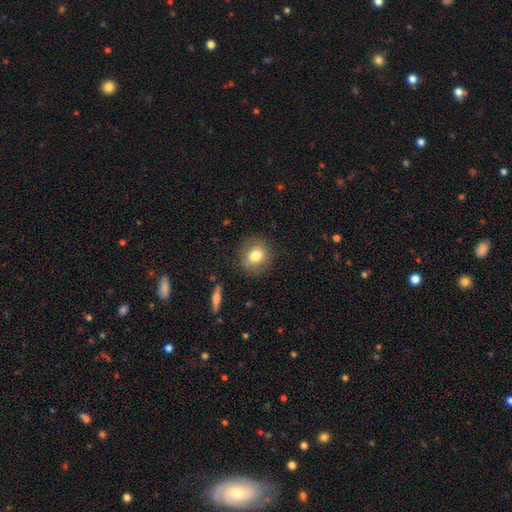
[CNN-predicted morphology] smooth_or_featured: smooth (p=0.76) [alt: featured or disk p=0.15]
how_rounded: round (p=0.80) [alt: in between p=0.18]
merging: none (p=0.84) [alt: minor disturbance p=0.11]